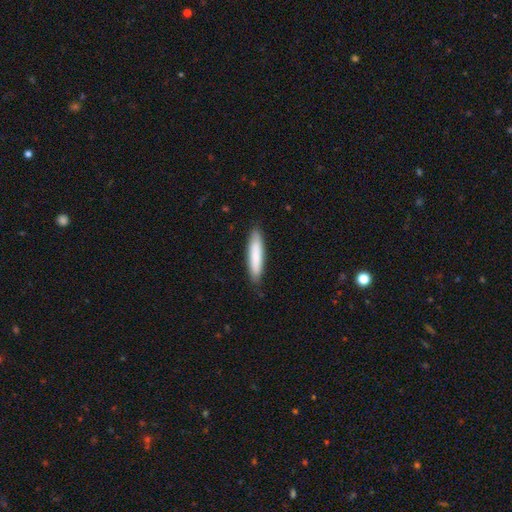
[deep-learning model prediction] A smooth galaxy with no disk features (81%) that is cigar-shaped (84%). Merging: none (85%).